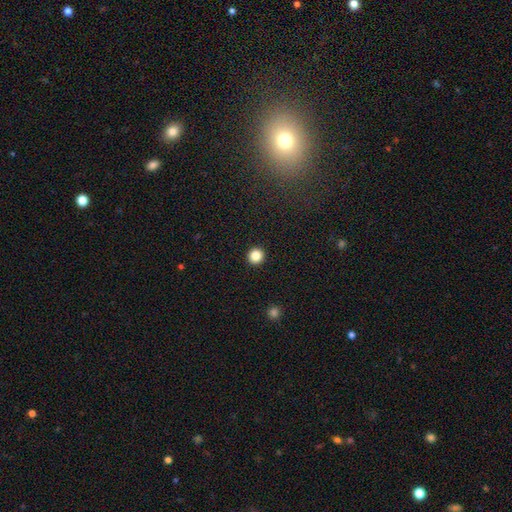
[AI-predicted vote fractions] smooth 85%, star or artifact 11%, featured or disk 4%. Down the decision tree: how rounded — round (95%); merging — none (94%).